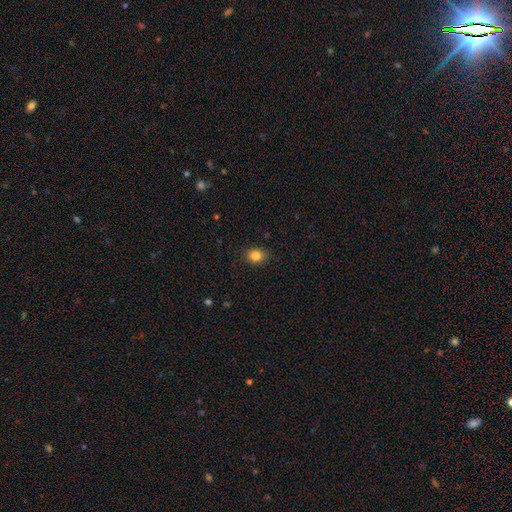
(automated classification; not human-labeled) Smooth or featured? Predicted: smooth (p=0.83). How rounded? Predicted: round (p=0.60). Merging? Predicted: none (p=0.89).